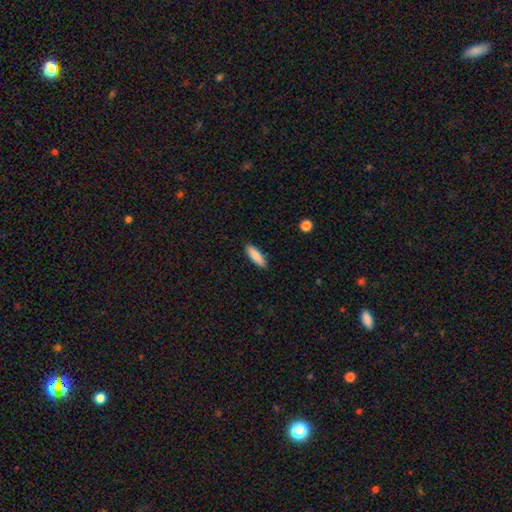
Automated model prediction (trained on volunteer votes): smooth-or-featured: smooth: 85% | featured or disk: 9% | star or artifact: 6%
  how-rounded: cigar-shaped: 53% | in between: 45% | round: 2%
  merging: none: 89% | minor disturbance: 8% | major disturbance: 2% | merger: 1%